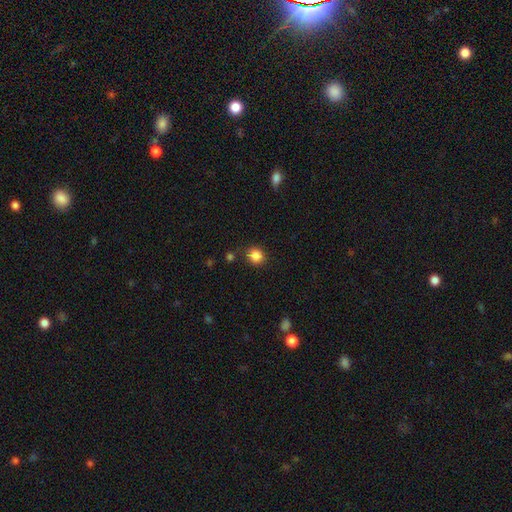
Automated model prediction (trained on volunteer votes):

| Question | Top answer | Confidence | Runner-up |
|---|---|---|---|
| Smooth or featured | smooth | 85% | star or artifact (11%) |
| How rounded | round | 85% | in between (14%) |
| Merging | none | 83% | minor disturbance (10%) |